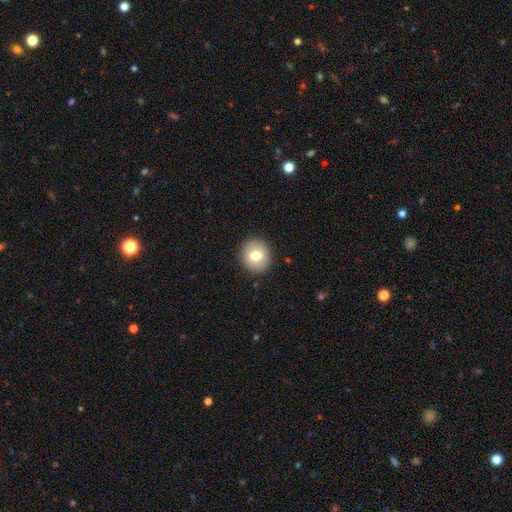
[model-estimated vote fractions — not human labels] smooth_or_featured: smooth (p=0.75) [alt: featured or disk p=0.17]
how_rounded: round (p=0.82) [alt: in between p=0.17]
merging: none (p=0.90) [alt: minor disturbance p=0.07]